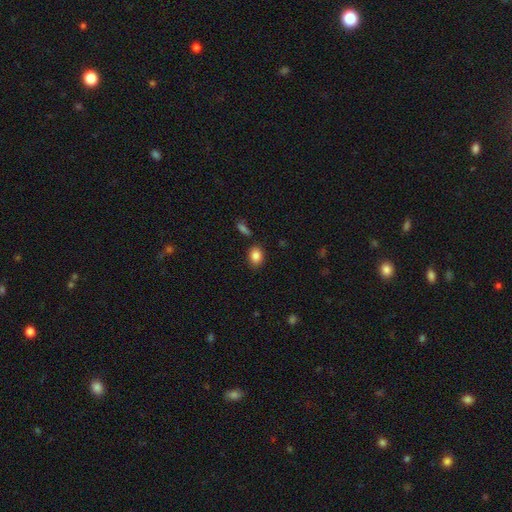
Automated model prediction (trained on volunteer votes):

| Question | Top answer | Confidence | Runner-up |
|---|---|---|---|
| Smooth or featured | smooth | 85% | star or artifact (9%) |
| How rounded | in between | 68% | round (31%) |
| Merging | none | 84% | minor disturbance (10%) |